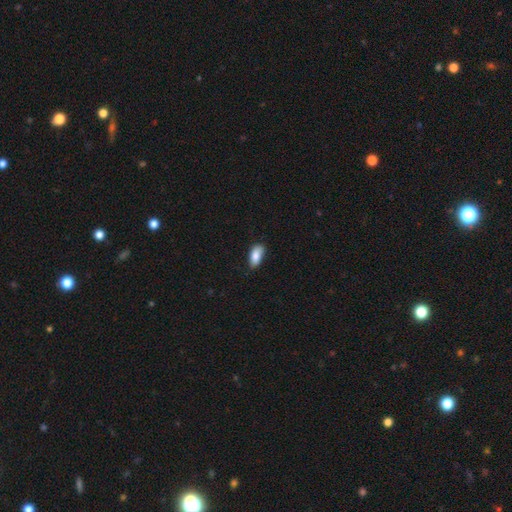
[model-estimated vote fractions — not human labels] Q: Smooth or featured?
A: smooth (85%); runner-up: featured or disk (8%)
Q: How rounded?
A: in between (91%); runner-up: cigar-shaped (6%)
Q: Merging?
A: none (71%); runner-up: minor disturbance (24%)